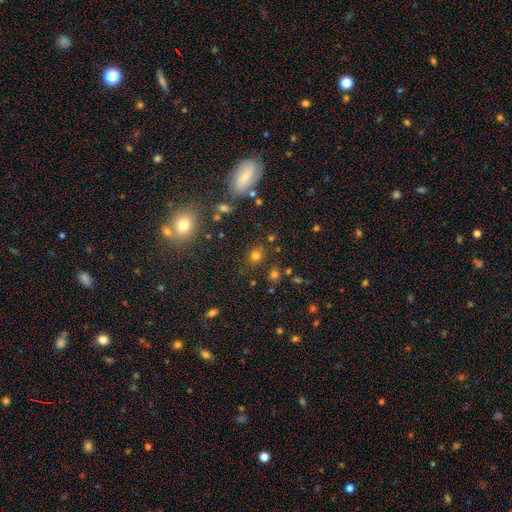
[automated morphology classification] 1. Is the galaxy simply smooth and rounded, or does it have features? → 72% smooth, 21% star or artifact, 7% featured or disk.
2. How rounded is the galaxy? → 76% round, 23% in between, 1% cigar-shaped.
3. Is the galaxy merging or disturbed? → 79% none, 11% minor disturbance, 5% merger, 5% major disturbance.